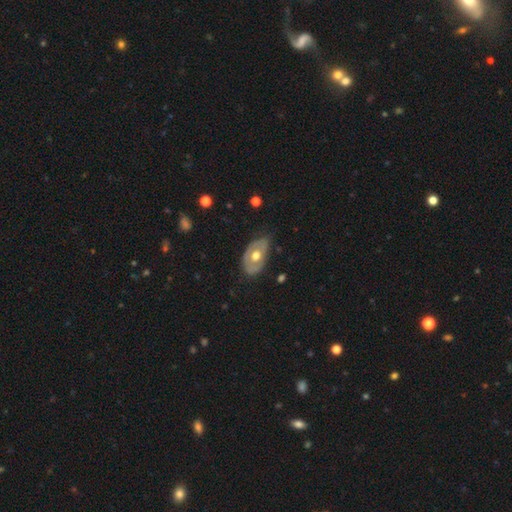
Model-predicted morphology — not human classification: Smooth or featured? Predicted: featured or disk (p=0.57). Edge-on disk? Predicted: no (p=0.90). Bar? Predicted: no (p=0.87). Spiral arms? Predicted: no (p=0.75). Bulge size? Predicted: moderate (p=0.72). Merging? Predicted: none (p=0.64).